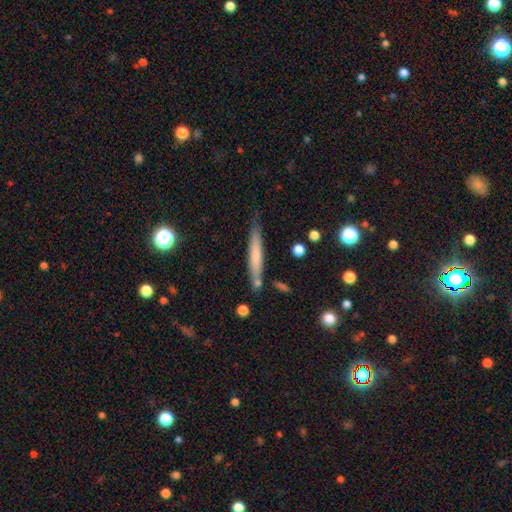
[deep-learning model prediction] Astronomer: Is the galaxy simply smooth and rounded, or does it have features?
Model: smooth — 63%.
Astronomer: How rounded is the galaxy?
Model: cigar-shaped — 94%.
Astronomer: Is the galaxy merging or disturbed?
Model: none — 75%.